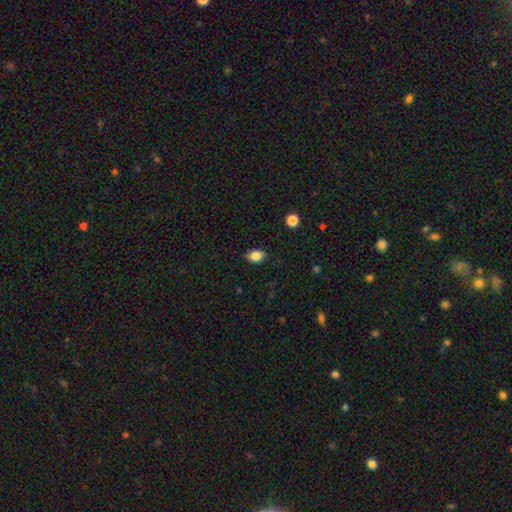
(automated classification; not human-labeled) smooth_or_featured: smooth (p=0.86) [alt: star or artifact p=0.10]
how_rounded: in between (p=0.77) [alt: round p=0.22]
merging: none (p=0.86) [alt: minor disturbance p=0.11]